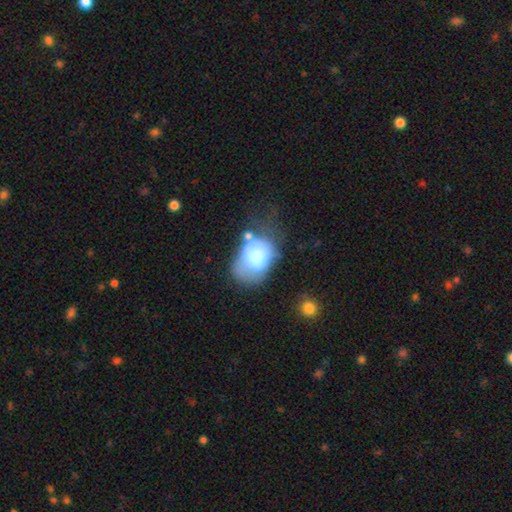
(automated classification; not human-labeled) smooth-or-featured: smooth: 70% | featured or disk: 22% | star or artifact: 8%
  how-rounded: in between: 70% | round: 29% | cigar-shaped: 1%
  merging: major disturbance: 31% | minor disturbance: 30% | none: 26% | merger: 14%